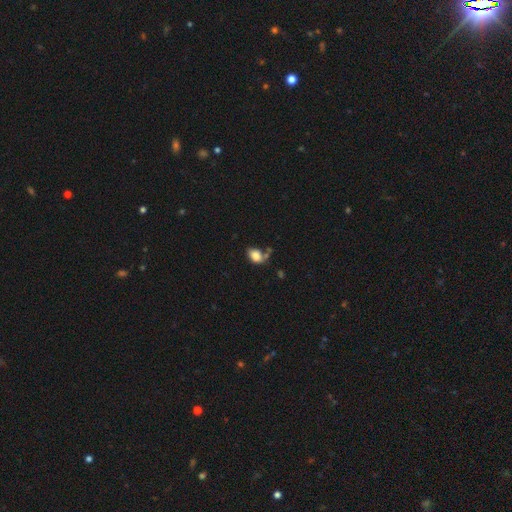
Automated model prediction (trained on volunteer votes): Smooth or featured? smooth (82%)
How rounded? in between (83%)
Merging? none (52%)